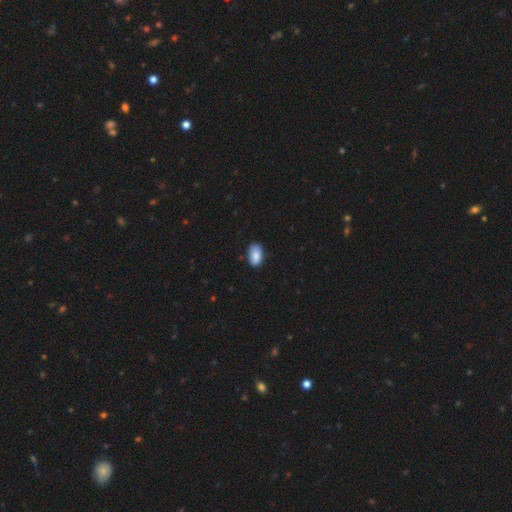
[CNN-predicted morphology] smooth_or_featured: smooth (p=0.88) [alt: star or artifact p=0.07]
how_rounded: in between (p=0.93) [alt: round p=0.05]
merging: none (p=0.82) [alt: minor disturbance p=0.15]